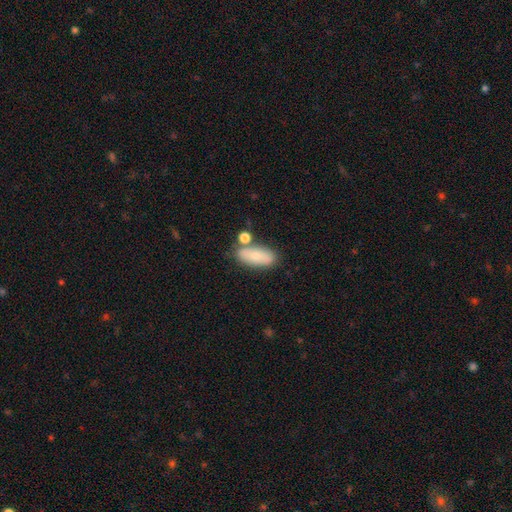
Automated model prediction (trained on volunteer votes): A smooth galaxy with no disk features (77%) that is in between round and cigar-shaped (81%).

Vote fractions:
- Smooth or featured? smooth: 77% / featured or disk: 16% / star or artifact: 7%
- How rounded? in between: 81% / cigar-shaped: 15% / round: 4%
- Merging? none: 68% / minor disturbance: 14% / merger: 14% / major disturbance: 4%